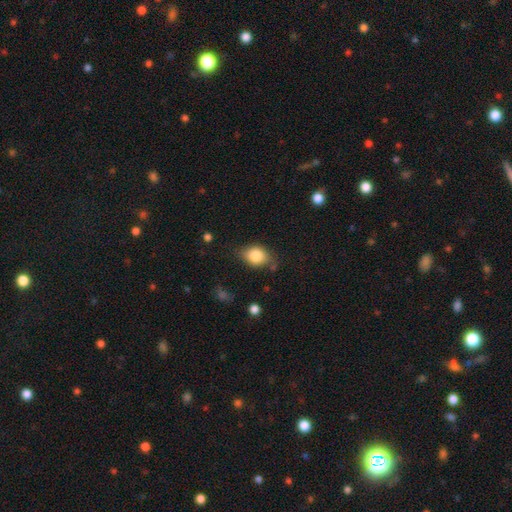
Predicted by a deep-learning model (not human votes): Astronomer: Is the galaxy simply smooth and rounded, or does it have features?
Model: smooth — 82%.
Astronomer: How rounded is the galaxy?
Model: in between — 68%.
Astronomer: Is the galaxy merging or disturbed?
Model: none — 69%.